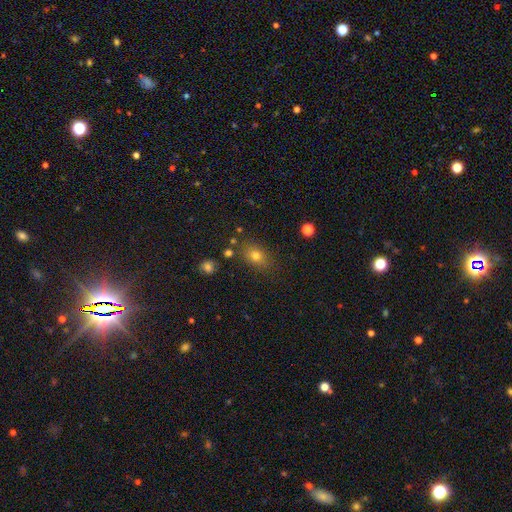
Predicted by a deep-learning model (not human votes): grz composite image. It shows a smooth galaxy with no disk features (75%) that is in between round and cigar-shaped (70%). Merging: none (80%).